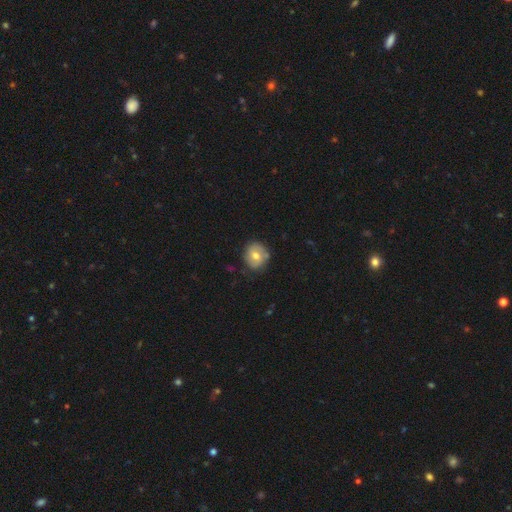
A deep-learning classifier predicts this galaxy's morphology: type=smooth (64%); roundness=round (78%); merging=none (75%).